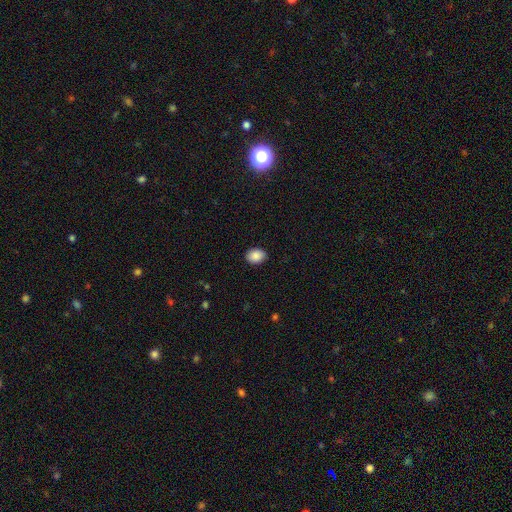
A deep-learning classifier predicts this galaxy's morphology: Smooth or featured? Predicted: smooth (p=0.89). How rounded? Predicted: in between (p=0.68). Merging? Predicted: none (p=0.89).